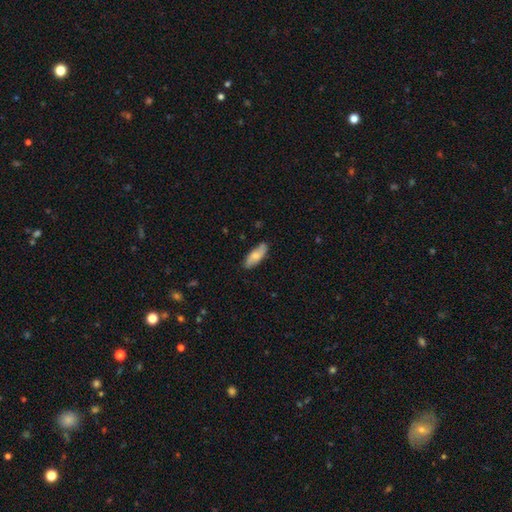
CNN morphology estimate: This is likely a smooth galaxy (71%). How rounded: likely in between (74%). Merging: clearly none (83%).